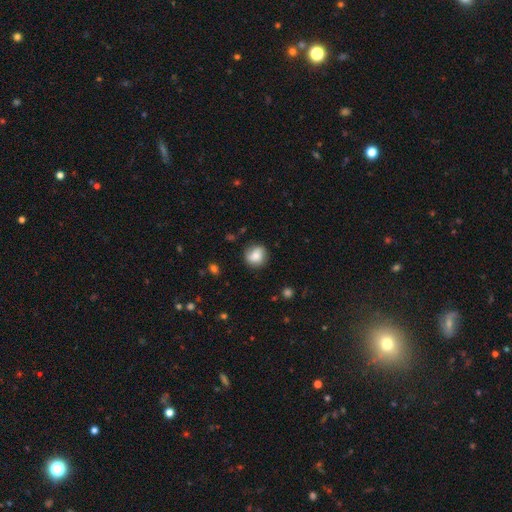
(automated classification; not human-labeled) Smooth or featured: smooth — 76% (featured or disk — 15%)
How rounded: round — 84% (in between — 15%)
Merging: none — 80% (minor disturbance — 14%)